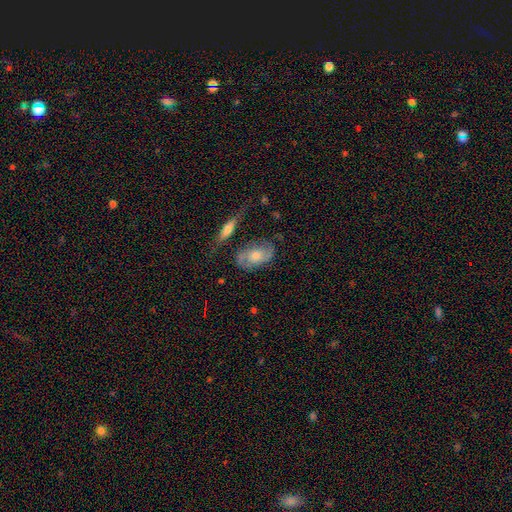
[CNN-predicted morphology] A featured or disk galaxy (58%) with no bar (74%), spiral arms (82%) and a moderate central bulge (54%).

Vote fractions:
- Smooth or featured? featured or disk: 58% / smooth: 35% / star or artifact: 7%
- Edge-on disk? no: 90% / yes: 10%
- Bar? no: 74% / weak: 22% / strong: 4%
- Spiral arms? yes: 82% / no: 18%
- Bulge size? moderate: 54% / small: 29% / large: 10% / none: 4% / dominant: 2%
- Merging? none: 59% / minor disturbance: 22% / major disturbance: 11% / merger: 8%